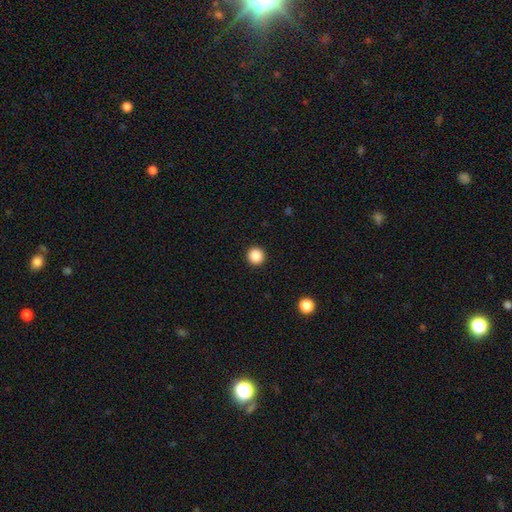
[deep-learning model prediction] Morphology: type=smooth (87%); roundness=round (95%); merging=none (93%).